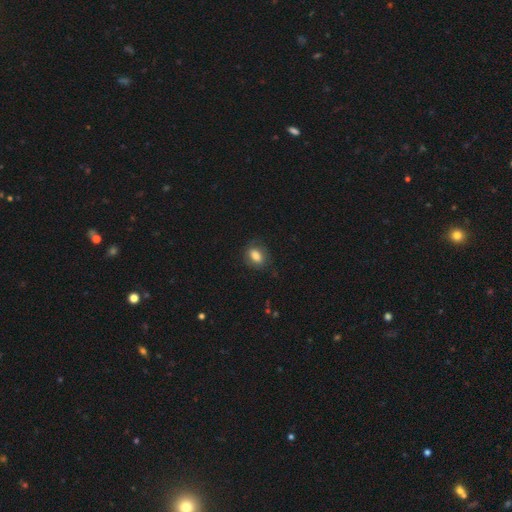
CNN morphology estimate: A smooth galaxy with no disk features (80%) that is in between round and cigar-shaped (79%).

Vote fractions:
- Smooth or featured? smooth: 80% / featured or disk: 11% / star or artifact: 8%
- How rounded? in between: 79% / round: 18% / cigar-shaped: 2%
- Merging? none: 76% / minor disturbance: 17% / major disturbance: 6% / merger: 1%